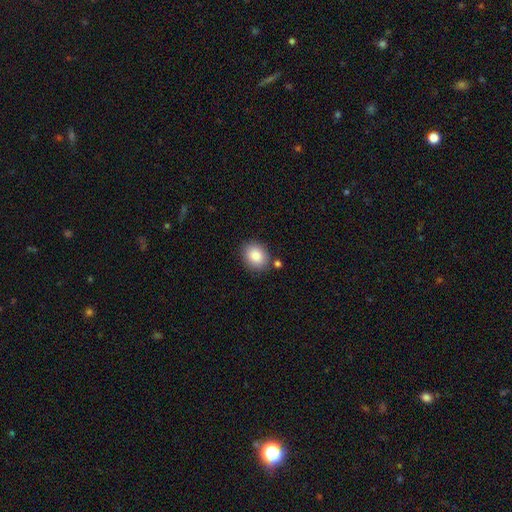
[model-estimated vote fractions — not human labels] Smooth or featured?
  - smooth: 87% *
  - star or artifact: 8%
  - featured or disk: 6%
How rounded?
  - in between: 52% *
  - round: 47%
  - cigar-shaped: 1%
Merging?
  - none: 81% *
  - minor disturbance: 11%
  - merger: 5%
  - major disturbance: 3%